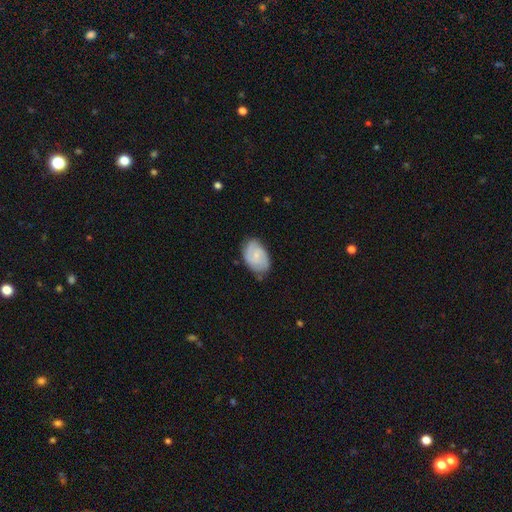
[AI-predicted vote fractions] smooth_or_featured: featured or disk (p=0.64) [alt: smooth p=0.30]
disk_edge_on: no (p=0.97) [alt: yes p=0.03]
bar: no (p=0.60) [alt: weak p=0.35]
has_spiral_arms: yes (p=0.91) [alt: no p=0.09]
spiral_winding: tight (p=0.44) [alt: medium p=0.43]
spiral_arm_count: 2 (p=0.59) [alt: can't tell p=0.19]
bulge_size: small (p=0.68) [alt: moderate p=0.20]
merging: none (p=0.71) [alt: minor disturbance p=0.23]